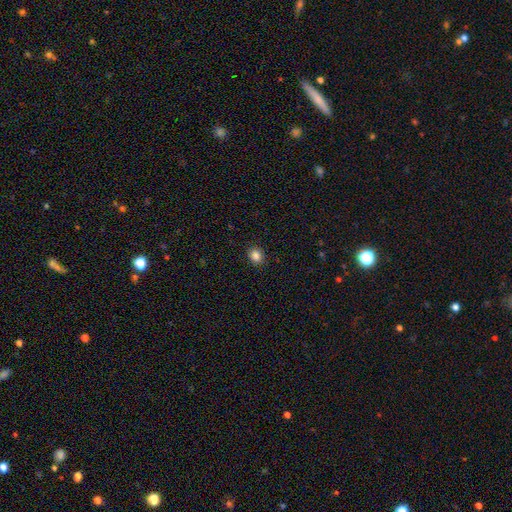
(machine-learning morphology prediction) A smooth galaxy with no disk features (85%) that is round (61%). Merging: none (91%).